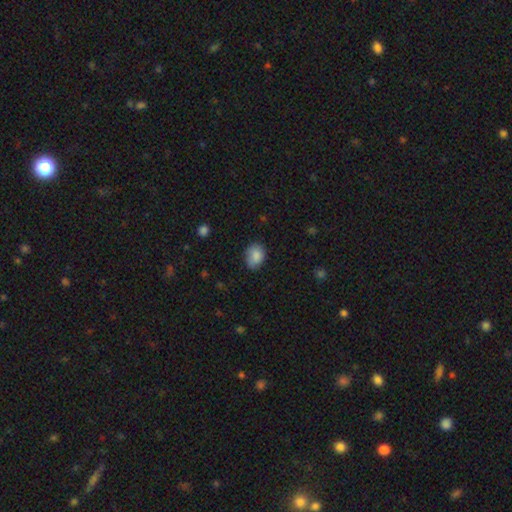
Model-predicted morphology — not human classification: A smooth galaxy with no disk features (85%) that is in between round and cigar-shaped (63%). Merging: none (67%).